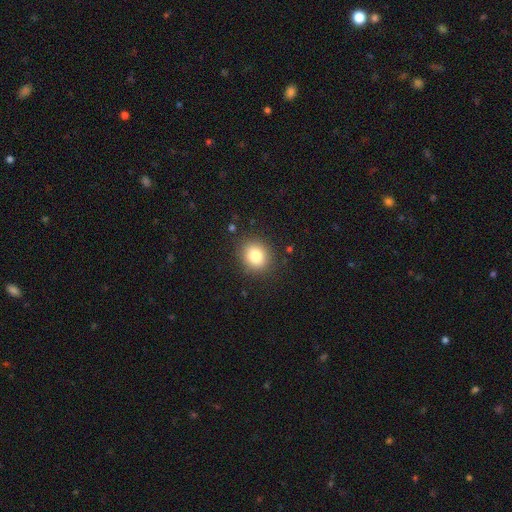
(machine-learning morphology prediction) Smooth or featured? smooth (81%)
How rounded? round (72%)
Merging? none (87%)